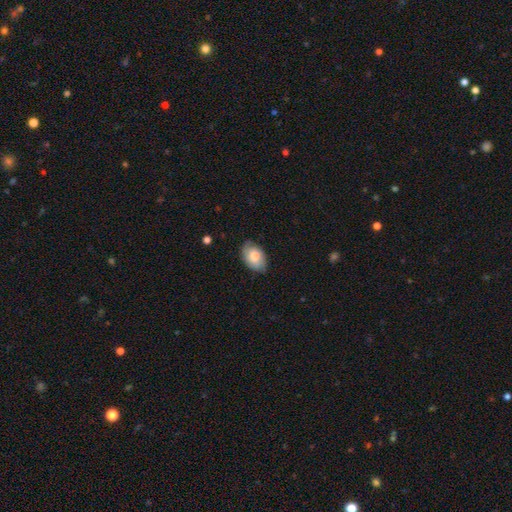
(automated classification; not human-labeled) This appears to be a smooth galaxy with no disk features (70%) that is in between round and cigar-shaped (86%). Merging: none (75%).